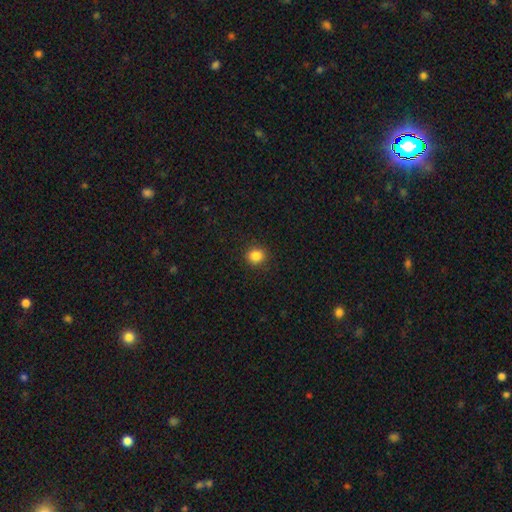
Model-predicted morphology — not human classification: Smooth or featured? smooth (86%)
How rounded? round (80%)
Merging? none (90%)